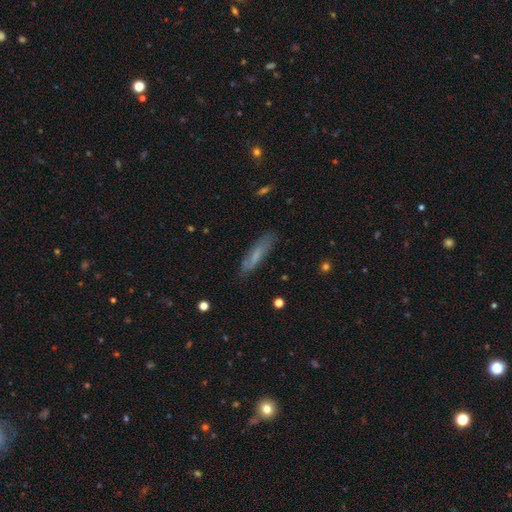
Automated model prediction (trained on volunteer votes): This is likely a smooth galaxy (62%). How rounded: likely cigar-shaped (76%). Merging: likely none (80%).